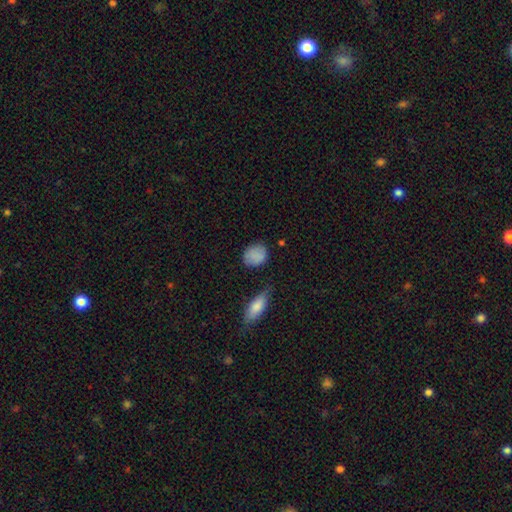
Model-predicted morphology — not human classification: smooth-or-featured: smooth: 86% | star or artifact: 8% | featured or disk: 6%
  how-rounded: round: 58% | in between: 40% | cigar-shaped: 2%
  merging: none: 70% | minor disturbance: 21% | major disturbance: 5% | merger: 4%